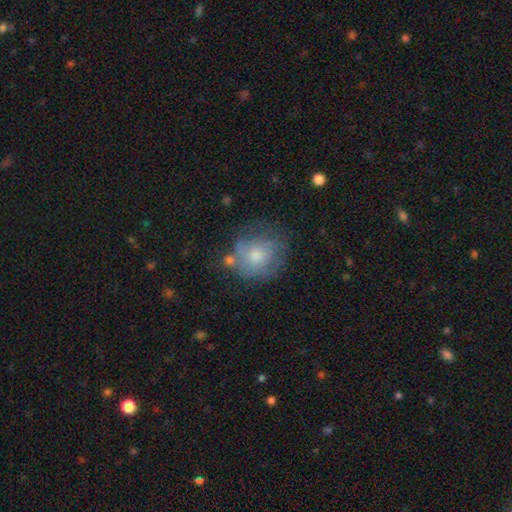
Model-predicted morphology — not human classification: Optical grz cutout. It shows a smooth galaxy with no disk features (64%) that is round (78%). Merging: none (50%).